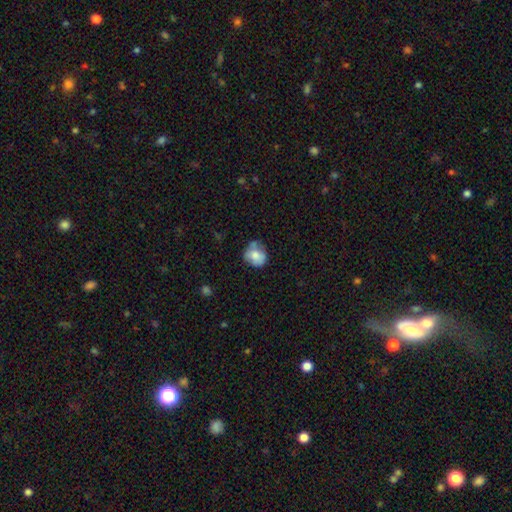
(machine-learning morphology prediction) smooth_or_featured: smooth (p=0.72) [alt: featured or disk p=0.20]
how_rounded: round (p=0.71) [alt: in between p=0.28]
merging: none (p=0.51) [alt: minor disturbance p=0.30]